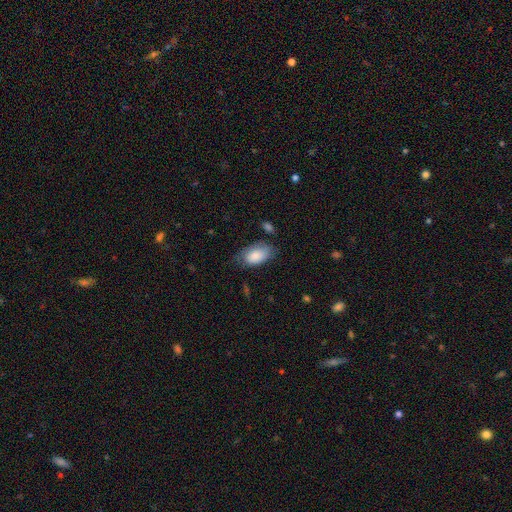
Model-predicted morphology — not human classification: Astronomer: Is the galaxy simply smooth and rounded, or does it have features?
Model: smooth — 81%.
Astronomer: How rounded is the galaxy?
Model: in between — 93%.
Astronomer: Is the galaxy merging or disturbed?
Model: none — 59%.